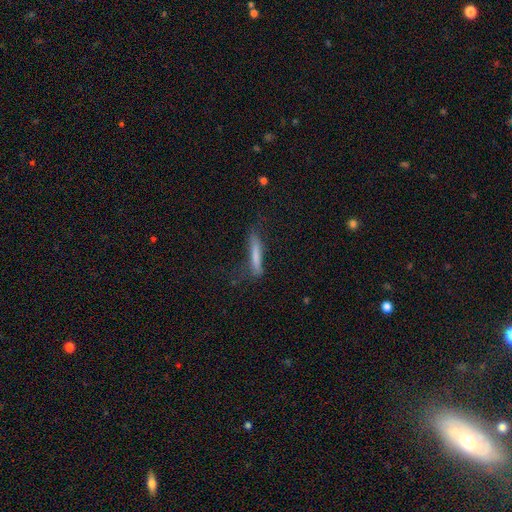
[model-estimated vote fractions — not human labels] Q: Smooth or featured?
A: smooth (70%); runner-up: featured or disk (22%)
Q: How rounded?
A: cigar-shaped (93%); runner-up: in between (5%)
Q: Merging?
A: none (63%); runner-up: minor disturbance (24%)